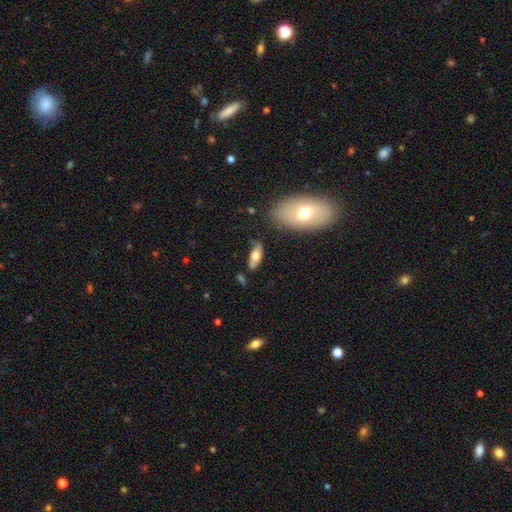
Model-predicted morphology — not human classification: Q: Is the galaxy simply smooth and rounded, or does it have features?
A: smooth — 57%.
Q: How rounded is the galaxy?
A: in between — 73%.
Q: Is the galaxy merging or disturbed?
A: none — 66%.